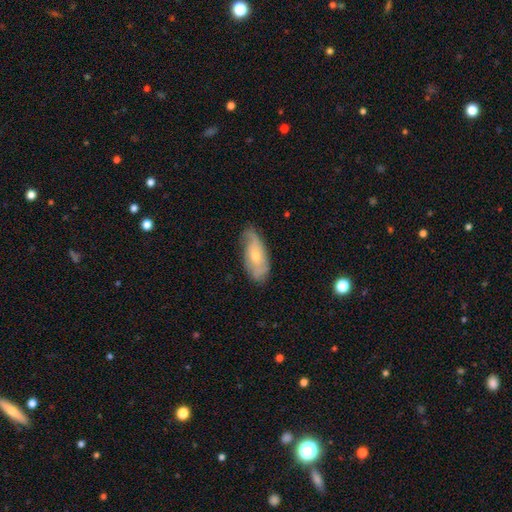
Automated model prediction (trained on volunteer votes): Q: Smooth or featured?
A: featured or disk (56%); runner-up: smooth (38%)
Q: Edge-on disk?
A: no (88%); runner-up: yes (12%)
Q: Merging?
A: none (63%); runner-up: minor disturbance (28%)